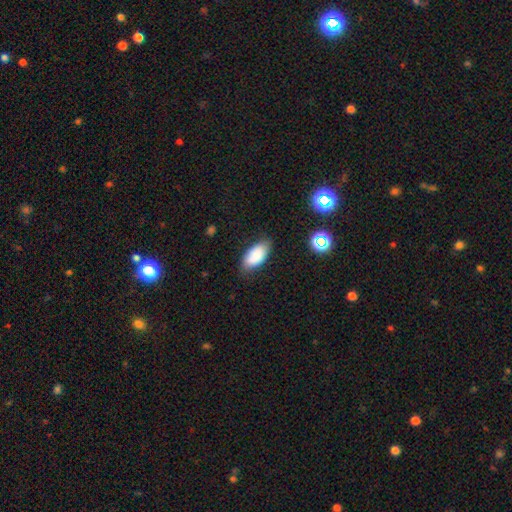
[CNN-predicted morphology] This appears to be a smooth galaxy with no disk features (86%) that is in between round and cigar-shaped (93%). Merging: none (79%).